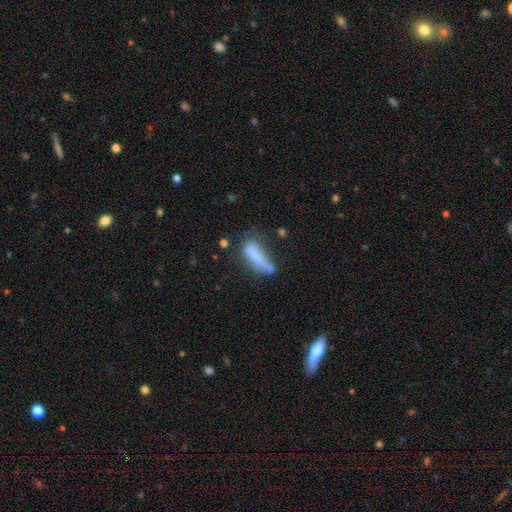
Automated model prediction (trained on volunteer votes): Smooth or featured?
  - smooth: 70% *
  - featured or disk: 20%
  - star or artifact: 10%
How rounded?
  - cigar-shaped: 59% *
  - in between: 39%
  - round: 2%
Merging?
  - none: 34% *
  - minor disturbance: 28%
  - major disturbance: 25%
  - merger: 13%